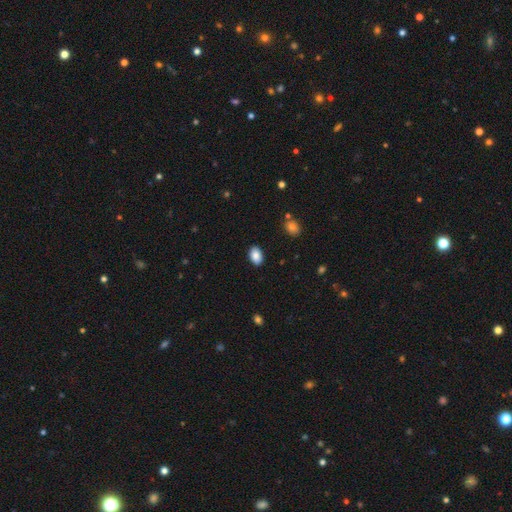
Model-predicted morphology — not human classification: Smooth or featured? smooth (86%)
How rounded? in between (86%)
Merging? none (88%)